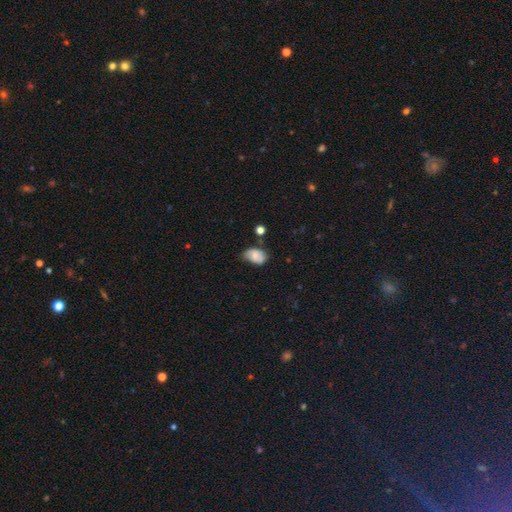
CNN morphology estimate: Overall: smooth (67%). How rounded: in between (84%). Merging: none (49%; minor disturbance 37%).